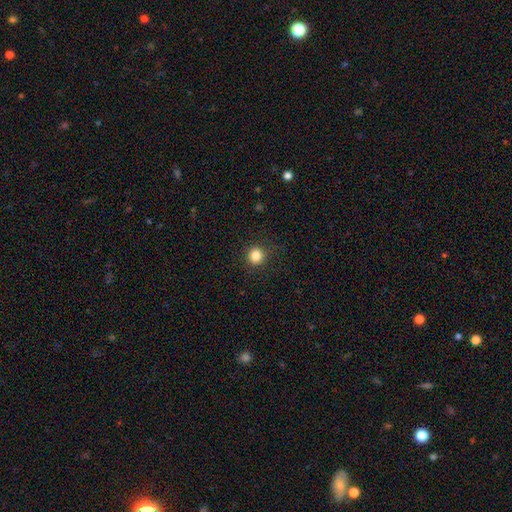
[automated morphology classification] Smooth or featured? Predicted: smooth (p=0.84). How rounded? Predicted: round (p=0.92). Merging? Predicted: none (p=0.90).